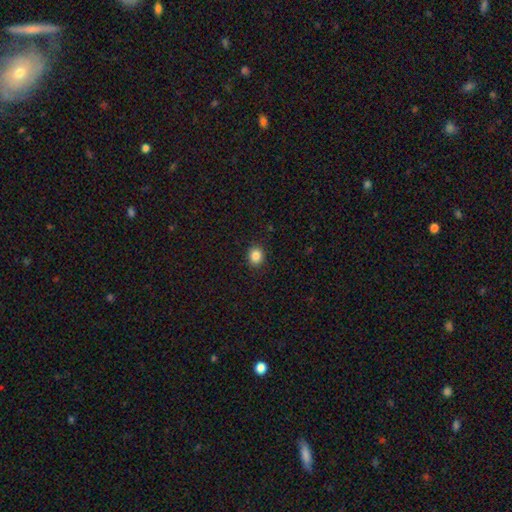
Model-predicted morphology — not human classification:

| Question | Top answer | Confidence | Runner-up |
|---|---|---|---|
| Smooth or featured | smooth | 85% | star or artifact (10%) |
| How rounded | round | 70% | in between (29%) |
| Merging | none | 90% | minor disturbance (7%) |